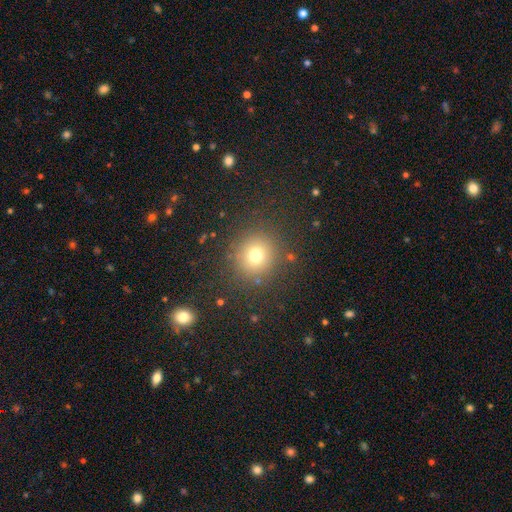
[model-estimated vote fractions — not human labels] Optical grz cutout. It shows a smooth galaxy with no disk features (74%) that is round (88%). Merging: none (86%).